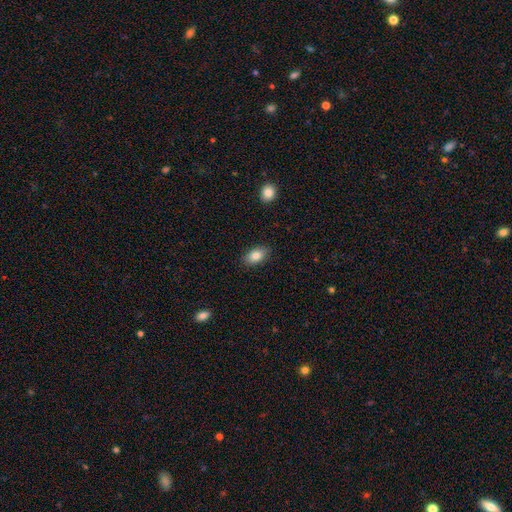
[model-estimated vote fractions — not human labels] A smooth galaxy with no disk features (83%) that is in between round and cigar-shaped (91%).

Vote fractions:
- Smooth or featured? smooth: 83% / featured or disk: 9% / star or artifact: 7%
- How rounded? in between: 91% / round: 6% / cigar-shaped: 3%
- Merging? none: 88% / minor disturbance: 9% / major disturbance: 2% / merger: 1%